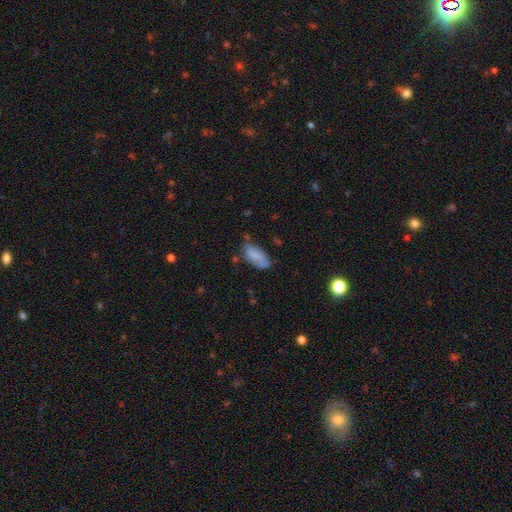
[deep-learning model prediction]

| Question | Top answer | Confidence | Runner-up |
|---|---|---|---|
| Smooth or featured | smooth | 75% | featured or disk (17%) |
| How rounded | in between | 89% | cigar-shaped (8%) |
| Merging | none | 57% | minor disturbance (29%) |